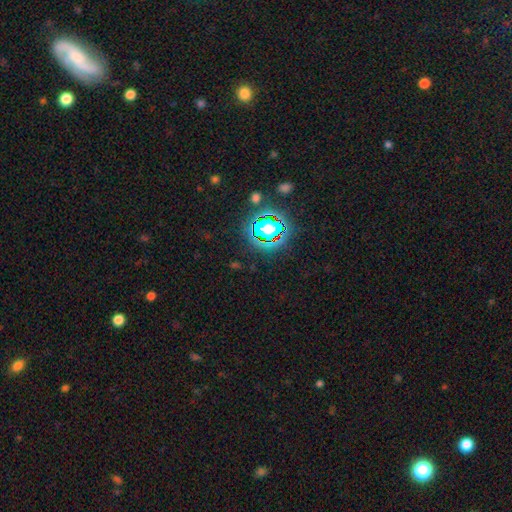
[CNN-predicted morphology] This appears to be a star or artifact, not a galaxy (79%).